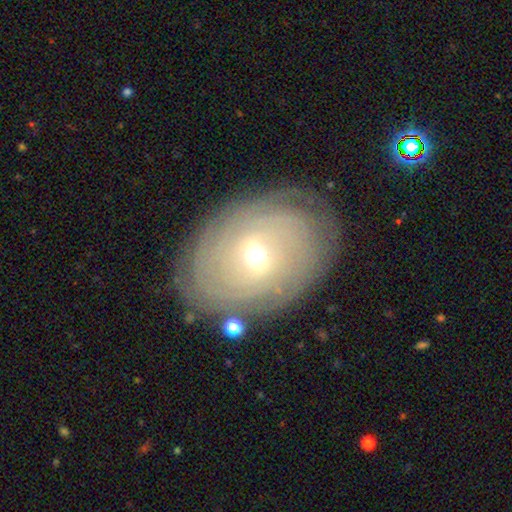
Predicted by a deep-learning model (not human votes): Smooth or featured? Predicted: featured or disk (p=0.75). Edge-on disk? Predicted: no (p=0.95). Bar? Predicted: no (p=0.50). Spiral arms? Predicted: yes (p=0.86). Spiral winding? Predicted: tight (p=0.83). Spiral arm count? Predicted: can't tell (p=0.52). Bulge size? Predicted: moderate (p=0.55). Merging? Predicted: none (p=0.80).